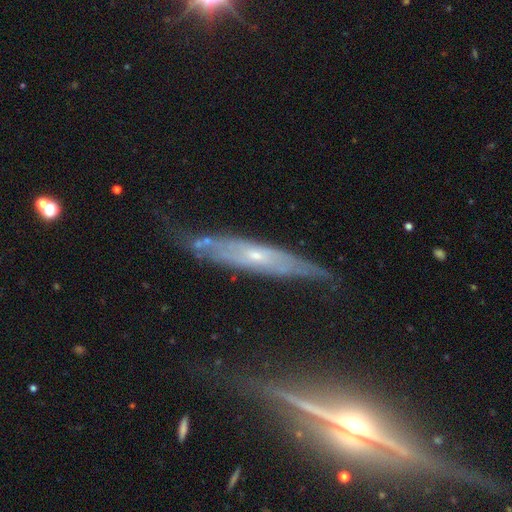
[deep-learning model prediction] A featured or disk galaxy (74%) viewed edge-on (56%).

Vote fractions:
- Smooth or featured? featured or disk: 74% / smooth: 17% / star or artifact: 9%
- Edge-on disk? yes: 56% / no: 44%
- Merging? none: 65% / minor disturbance: 25% / major disturbance: 7% / merger: 3%